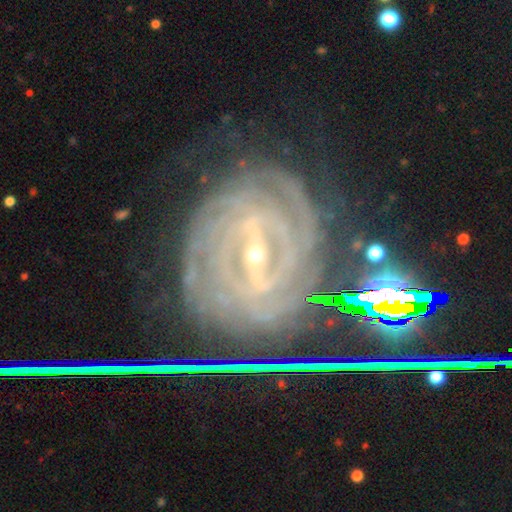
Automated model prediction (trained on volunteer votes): Overall: featured or disk (90%). Edge-on disk: no (96%). Bar: strong (61%; weak 31%). Spiral arms: yes (97%). Spiral arm count: can't tell (25%; 4 22%). Spiral winding: tight (82%). Bulge size: small (75%). Merging: none (74%).